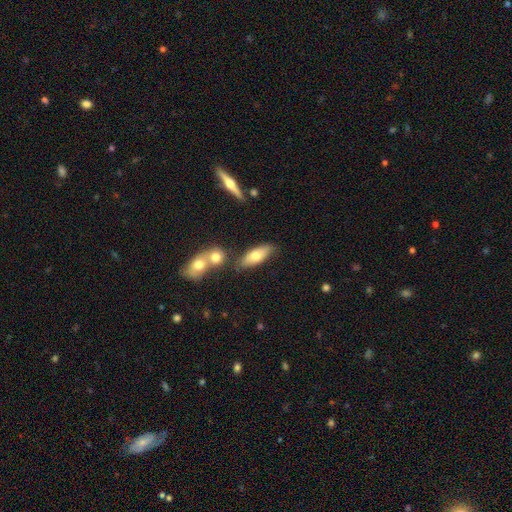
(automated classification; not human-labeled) Smooth or featured? smooth (70%)
How rounded? in between (72%)
Merging? none (69%)